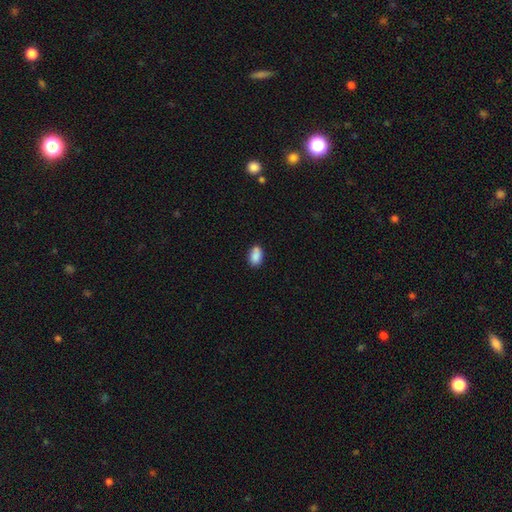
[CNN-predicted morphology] A smooth galaxy with no disk features (86%) that is in between round and cigar-shaped (88%). Merging: none (70%).